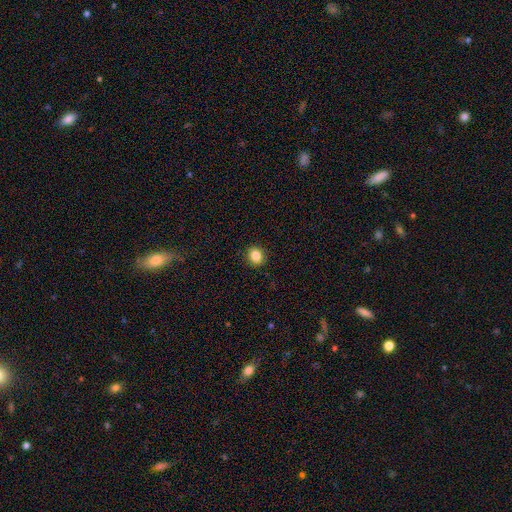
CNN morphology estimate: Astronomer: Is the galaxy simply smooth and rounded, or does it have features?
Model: smooth — 85%.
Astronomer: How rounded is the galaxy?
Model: round — 71%.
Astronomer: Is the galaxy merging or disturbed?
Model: none — 91%.